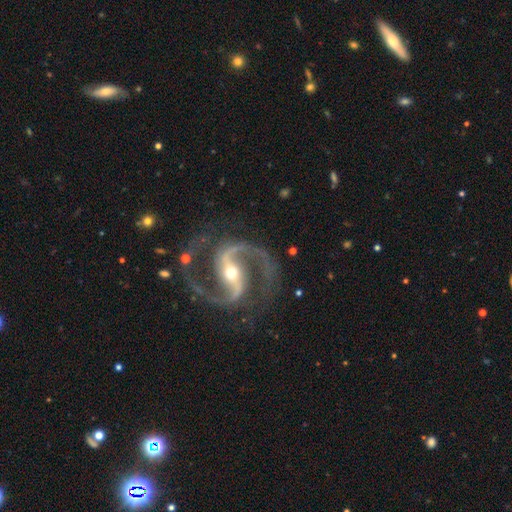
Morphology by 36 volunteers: Overall: featured or disk (97%). Edge-on disk: no (100%). Bar: strong (66%; weak 29%). Spiral arms: yes (100%). Spiral arm count: 2 (97%). Spiral winding: medium (71%). Bulge size: moderate (54%; small 46%). Merging: none (81%).